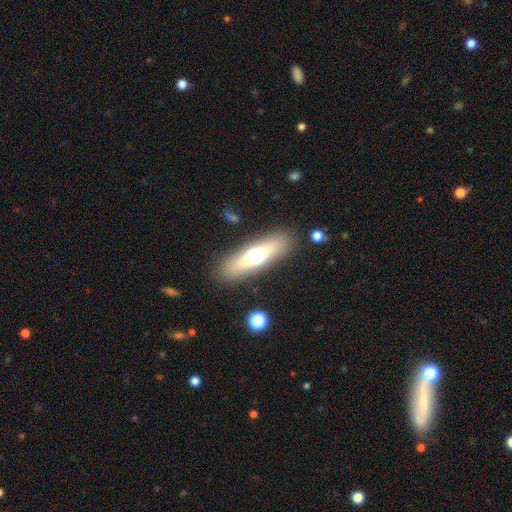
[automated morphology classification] The model was most divided on "smooth or featured": smooth: 52%, featured or disk: 39%, star or artifact: 9%. More confident: merging — none (86%); how rounded — cigar-shaped (57%).